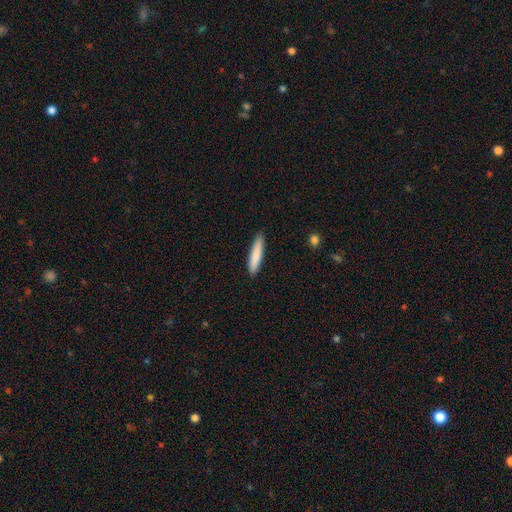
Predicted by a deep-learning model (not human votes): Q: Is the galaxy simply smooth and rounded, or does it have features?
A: smooth — 84%.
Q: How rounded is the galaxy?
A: cigar-shaped — 87%.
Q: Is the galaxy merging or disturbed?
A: none — 90%.